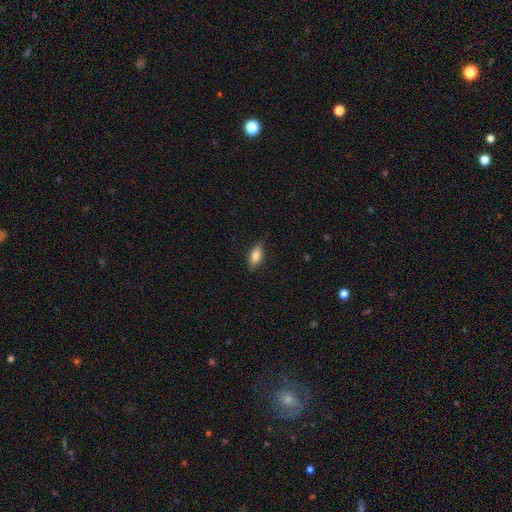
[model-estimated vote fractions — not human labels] This is likely a smooth galaxy (74%). How rounded: likely in between (76%). Merging: clearly none (82%).